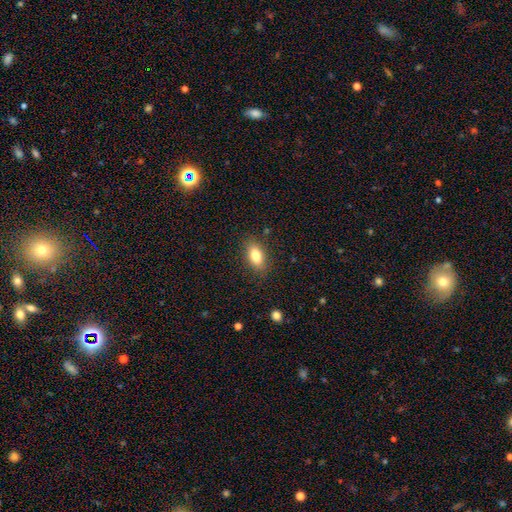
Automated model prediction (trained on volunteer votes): Overall: smooth (81%). How rounded: in between (86%). Merging: none (84%).